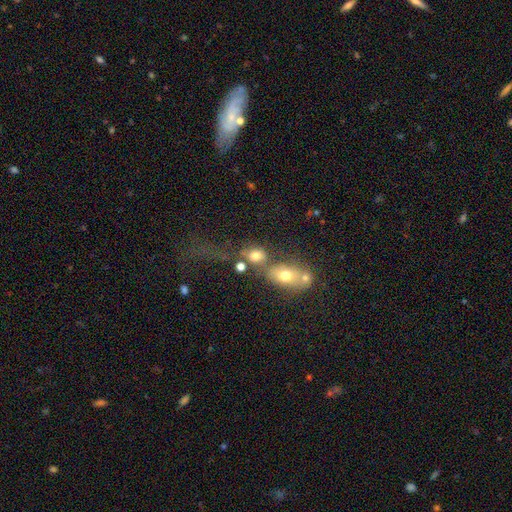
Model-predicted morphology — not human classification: smooth 72%, star or artifact 14%, featured or disk 14%. Down the decision tree: how rounded — in between (61%); merging — merger (38%).